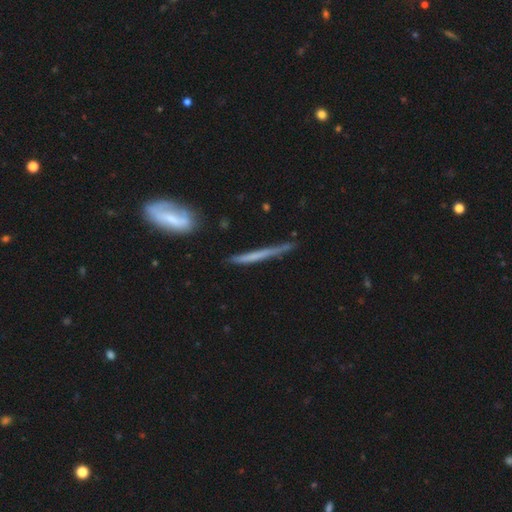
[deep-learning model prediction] smooth 51%, featured or disk 42%, star or artifact 7%. Down the decision tree: how rounded — cigar-shaped (95%); merging — none (70%).